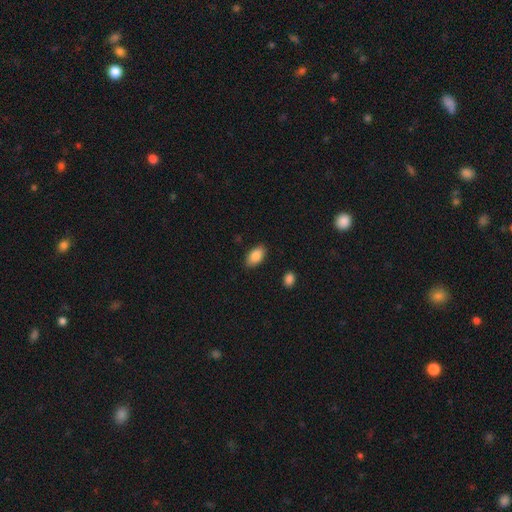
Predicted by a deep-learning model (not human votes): Smooth or featured?
  - smooth: 87% *
  - star or artifact: 7%
  - featured or disk: 7%
How rounded?
  - in between: 94% *
  - round: 4%
  - cigar-shaped: 2%
Merging?
  - none: 87% *
  - minor disturbance: 10%
  - major disturbance: 2%
  - merger: 1%